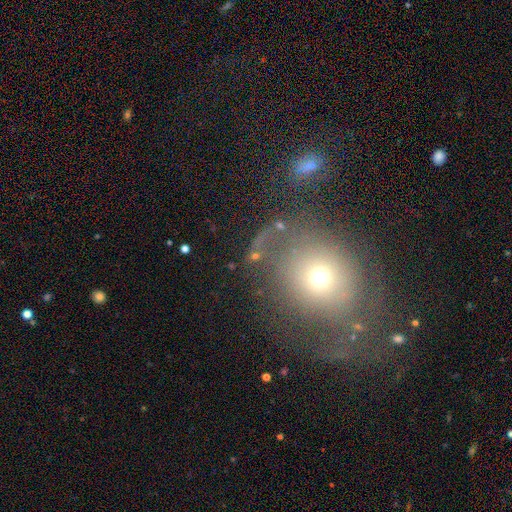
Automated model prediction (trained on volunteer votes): A smooth galaxy with no disk features (47%). Merging: none (52%).